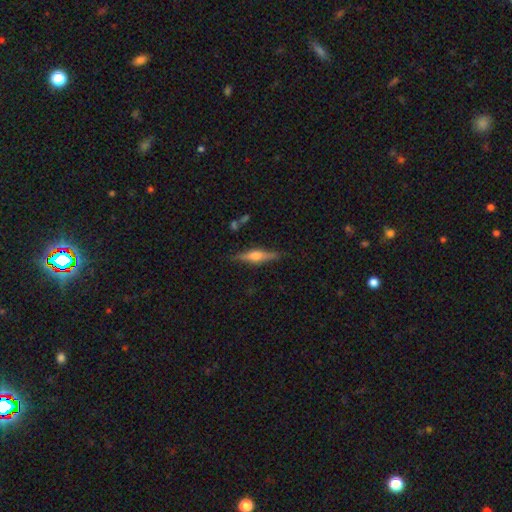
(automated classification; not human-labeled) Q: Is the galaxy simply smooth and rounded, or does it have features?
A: featured or disk — 63%.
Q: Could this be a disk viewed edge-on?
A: yes — 96%.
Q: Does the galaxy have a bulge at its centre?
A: rounded — 89%.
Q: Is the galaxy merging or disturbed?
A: none — 86%.